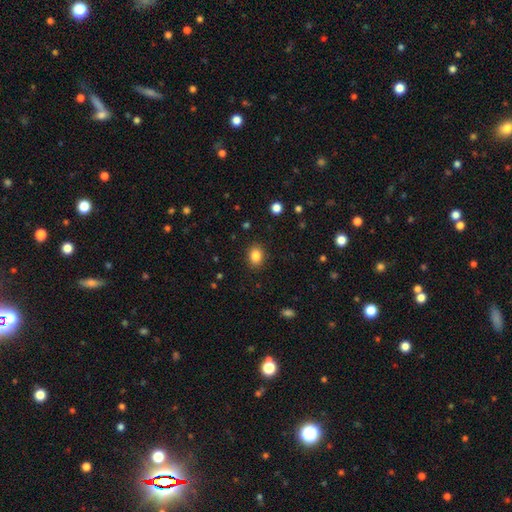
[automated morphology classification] smooth_or_featured: smooth (p=0.85) [alt: star or artifact p=0.10]
how_rounded: in between (p=0.60) [alt: round p=0.39]
merging: none (p=0.88) [alt: minor disturbance p=0.08]